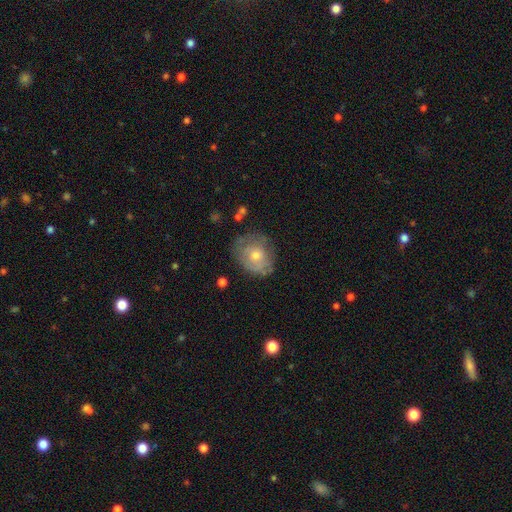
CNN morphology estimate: This appears to be a smooth galaxy with no disk features (47%). Merging: none (64%).